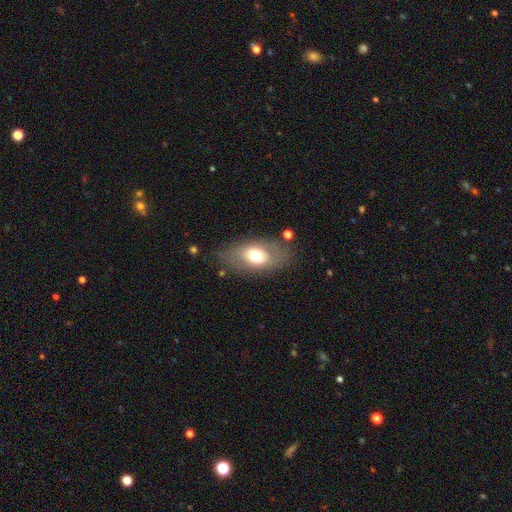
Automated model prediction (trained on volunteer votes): This is likely a smooth galaxy (62%). How rounded: clearly in between (88%). Merging: likely none (76%).